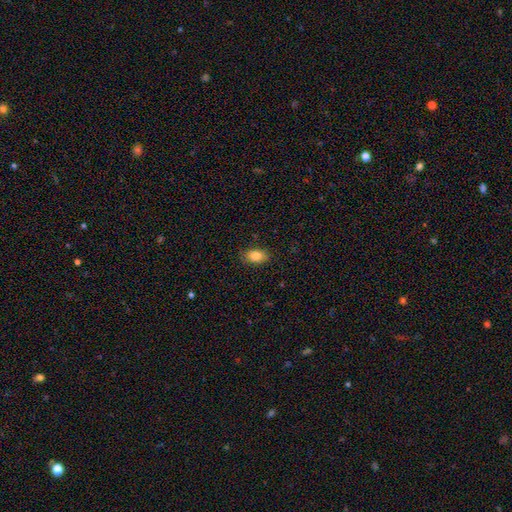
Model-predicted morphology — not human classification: A smooth galaxy with no disk features (84%) that is in between round and cigar-shaped (87%).

Vote fractions:
- Smooth or featured? smooth: 84% / star or artifact: 8% / featured or disk: 8%
- How rounded? in between: 87% / round: 11% / cigar-shaped: 2%
- Merging? none: 85% / minor disturbance: 12% / major disturbance: 3% / merger: 1%